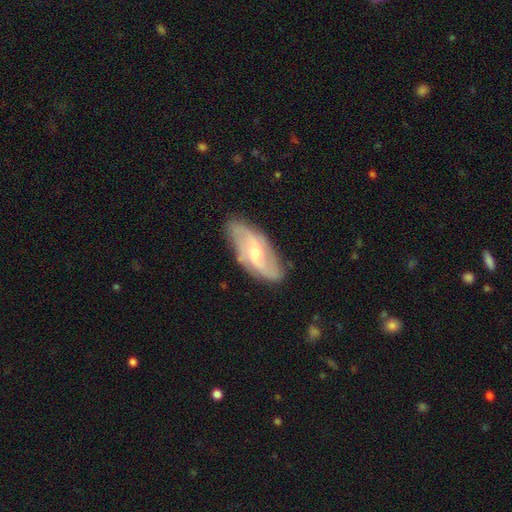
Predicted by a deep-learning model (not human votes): Overall: featured or disk (78%). Edge-on disk: no (90%). Bar: weak (44%; no 37%). Spiral arms: yes (92%). Spiral arm count: 2 (68%). Spiral winding: loose (45%; medium 36%). Bulge size: moderate (49%; small 47%). Merging: none (79%).